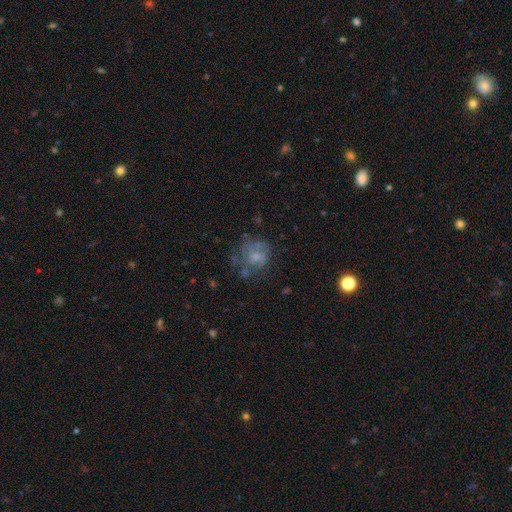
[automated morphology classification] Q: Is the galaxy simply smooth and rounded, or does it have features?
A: smooth — 48%.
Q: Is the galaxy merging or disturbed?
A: none — 48%.